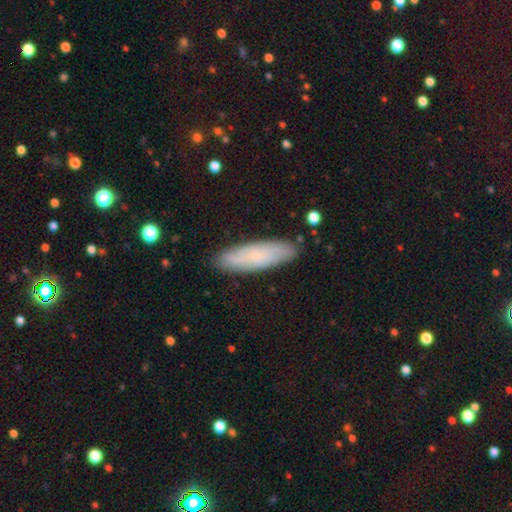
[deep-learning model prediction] Morphology: type=smooth (61%); roundness=cigar-shaped (58%); merging=none (86%).